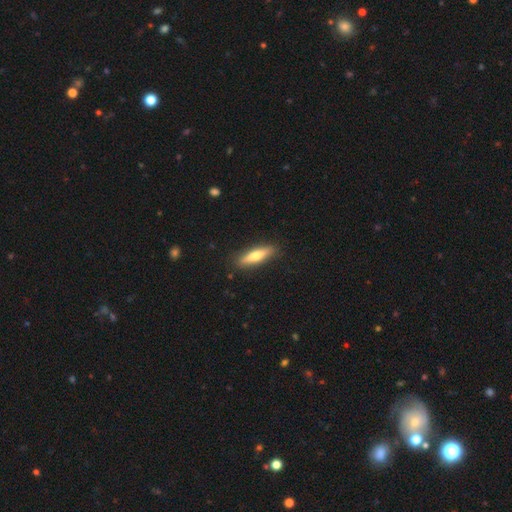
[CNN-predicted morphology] Smooth or featured?
  - smooth: 55% *
  - featured or disk: 40%
  - star or artifact: 6%
How rounded?
  - cigar-shaped: 74% *
  - in between: 24%
  - round: 2%
Merging?
  - none: 89% *
  - minor disturbance: 8%
  - major disturbance: 2%
  - merger: 1%